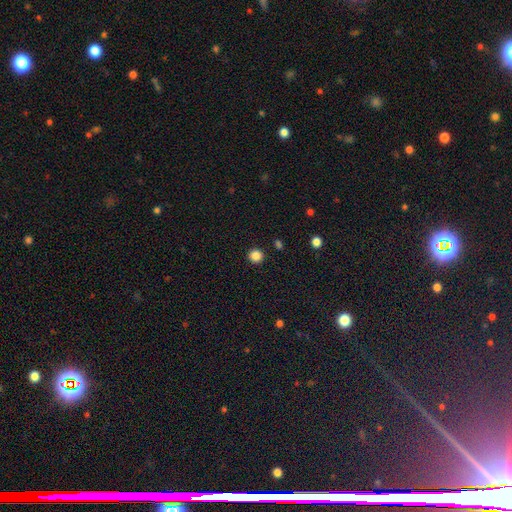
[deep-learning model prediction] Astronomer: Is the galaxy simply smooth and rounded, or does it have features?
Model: smooth — 86%.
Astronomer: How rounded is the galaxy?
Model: round — 94%.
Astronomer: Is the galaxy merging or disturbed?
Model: none — 92%.